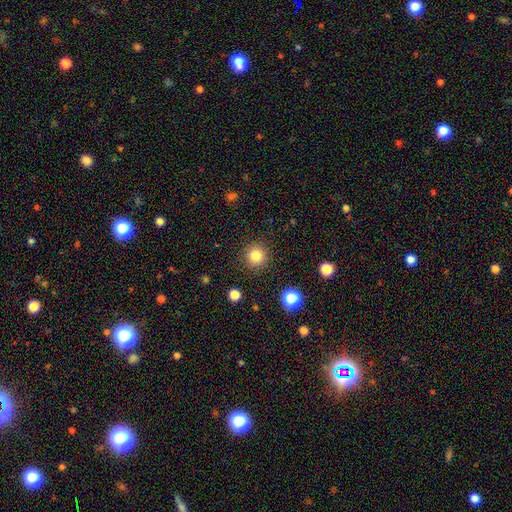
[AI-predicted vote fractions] Smooth or featured? Predicted: smooth (p=0.81). How rounded? Predicted: round (p=0.94). Merging? Predicted: none (p=0.90).